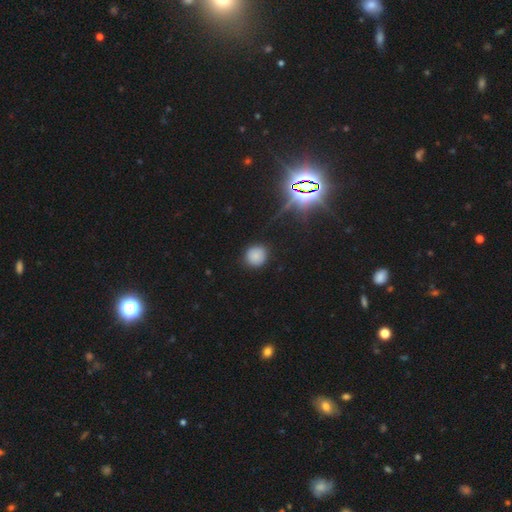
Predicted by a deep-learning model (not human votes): smooth_or_featured: smooth (p=0.79) [alt: star or artifact p=0.15]
how_rounded: round (p=0.91) [alt: in between p=0.08]
merging: none (p=0.88) [alt: minor disturbance p=0.09]